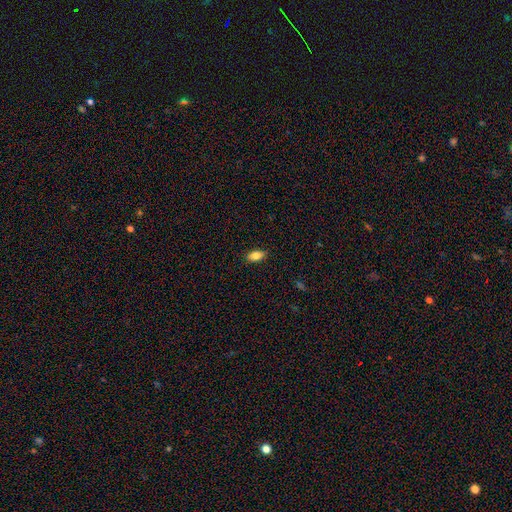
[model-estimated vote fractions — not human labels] Morphology: type=smooth (82%); roundness=in between (87%); merging=none (88%).